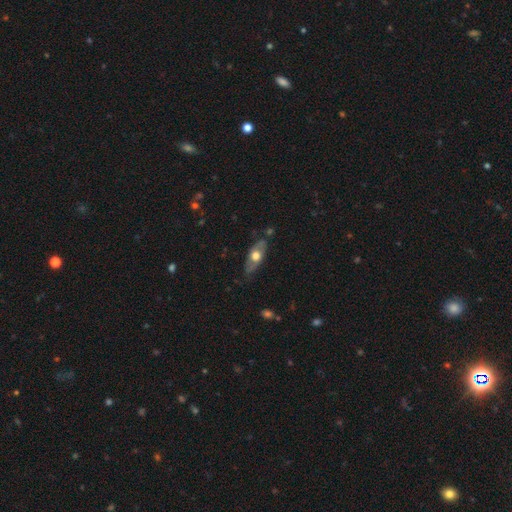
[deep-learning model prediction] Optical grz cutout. It shows a featured or disk galaxy (52%). Merging: none (73%).